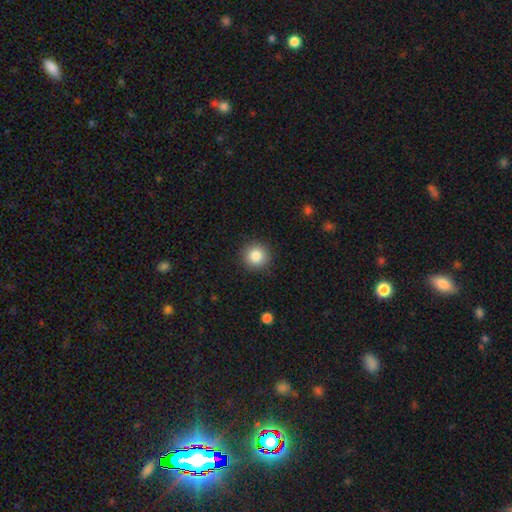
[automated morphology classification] Smooth or featured? Predicted: smooth (p=0.84). How rounded? Predicted: round (p=0.94). Merging? Predicted: none (p=0.91).